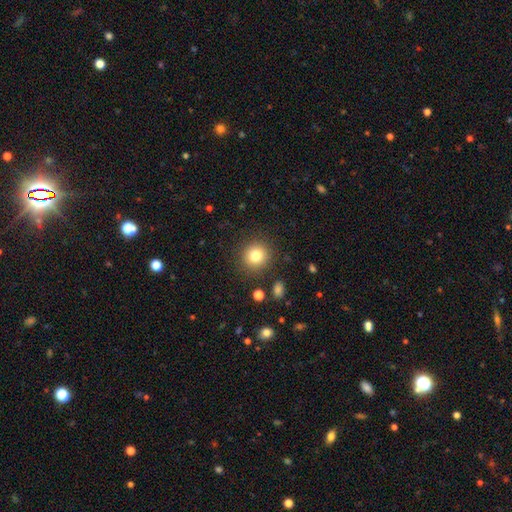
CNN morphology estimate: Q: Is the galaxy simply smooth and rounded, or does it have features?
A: smooth — 81%.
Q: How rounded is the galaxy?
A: round — 91%.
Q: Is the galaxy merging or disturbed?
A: none — 88%.